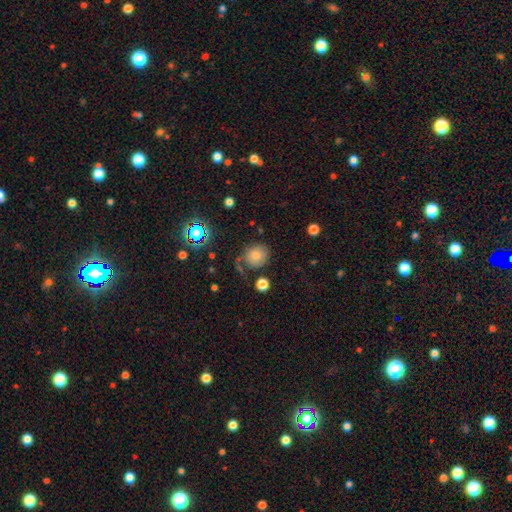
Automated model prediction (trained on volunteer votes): A smooth galaxy with no disk features (72%) that is round (73%). Merging: none (60%).